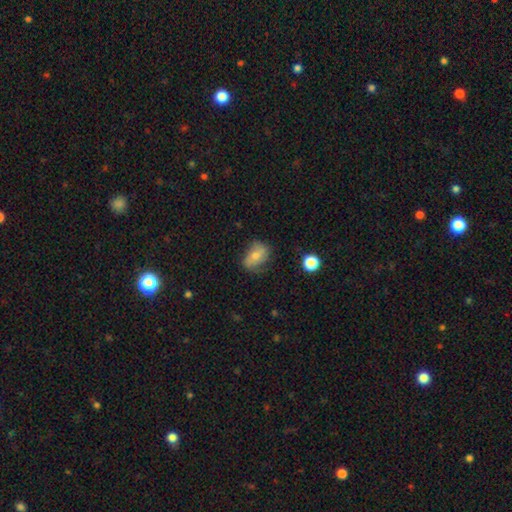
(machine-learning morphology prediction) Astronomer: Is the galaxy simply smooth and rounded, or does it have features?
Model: smooth — 59%.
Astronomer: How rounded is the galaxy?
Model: in between — 78%.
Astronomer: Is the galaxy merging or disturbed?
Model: none — 60%.